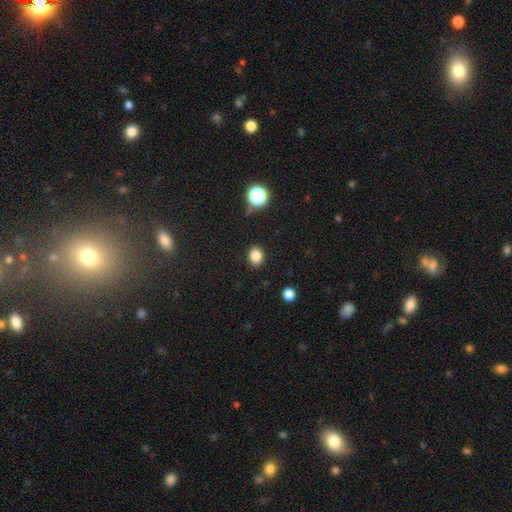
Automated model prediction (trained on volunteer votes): Smooth or featured? smooth (84%)
How rounded? in between (55%)
Merging? none (88%)